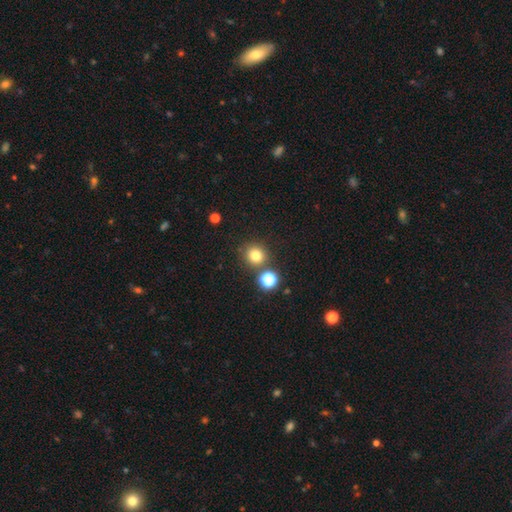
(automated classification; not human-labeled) Smooth or featured: smooth — 78% (star or artifact — 16%)
How rounded: round — 90% (in between — 9%)
Merging: none — 79% (merger — 10%)